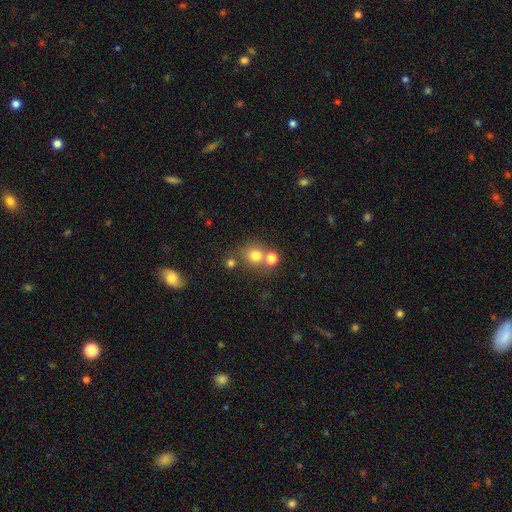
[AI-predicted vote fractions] smooth_or_featured: smooth (p=0.74) [alt: star or artifact p=0.16]
how_rounded: round (p=0.84) [alt: in between p=0.15]
merging: none (p=0.56) [alt: merger p=0.32]